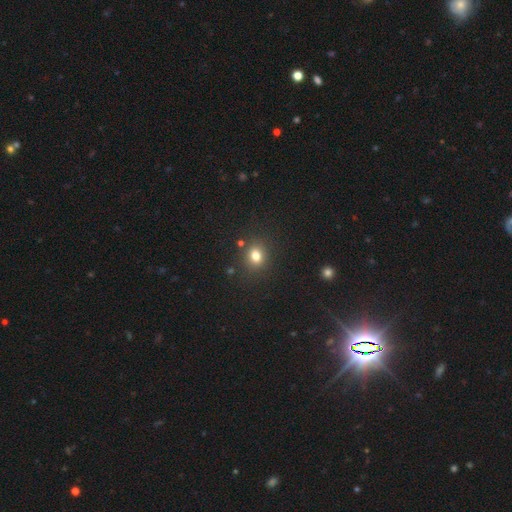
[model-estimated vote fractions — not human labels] Smooth or featured? Predicted: smooth (p=0.79). How rounded? Predicted: round (p=0.67). Merging? Predicted: none (p=0.83).